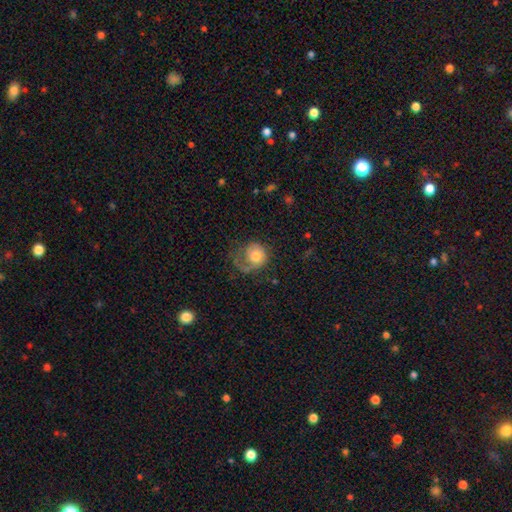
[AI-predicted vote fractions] Overall: smooth (58%; featured or disk 35%). How rounded: round (79%). Merging: major disturbance (39%; none 36%).